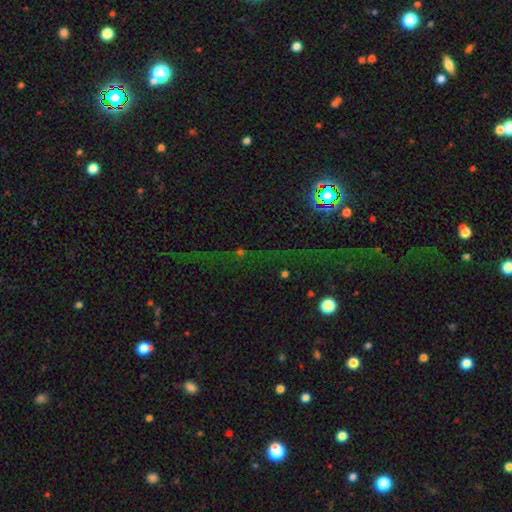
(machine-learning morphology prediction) Smooth or featured: star or artifact — 74% (smooth — 14%)